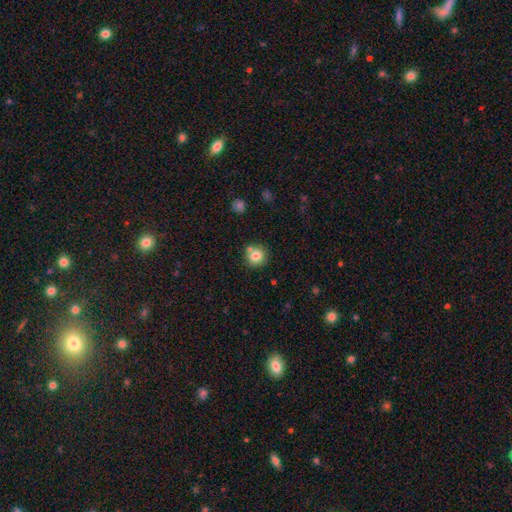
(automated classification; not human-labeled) Smooth or featured? smooth (81%)
How rounded? round (94%)
Merging? none (77%)